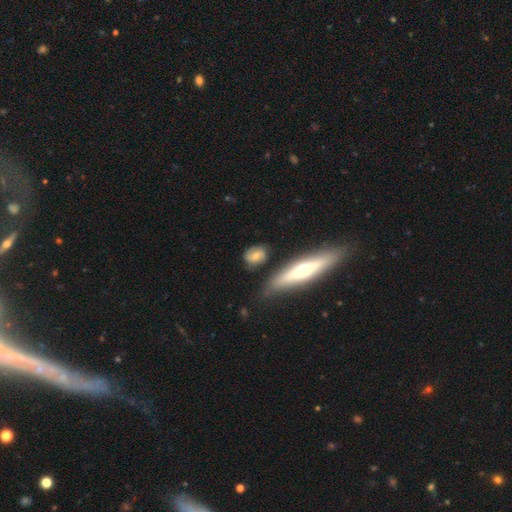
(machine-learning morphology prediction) The model was most divided on "smooth or featured": featured or disk: 48%, smooth: 44%, star or artifact: 8%. More confident: merging — none (74%).